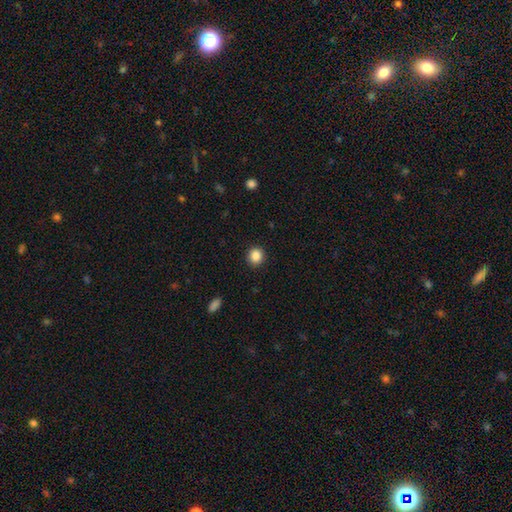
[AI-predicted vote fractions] Smooth or featured: smooth — 87% (star or artifact — 10%)
How rounded: round — 87% (in between — 12%)
Merging: none — 91% (minor disturbance — 6%)